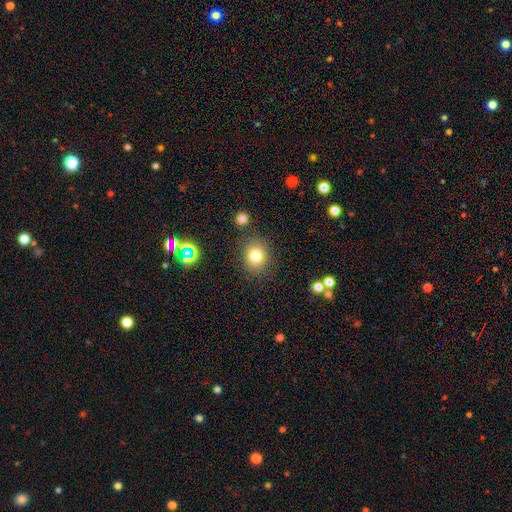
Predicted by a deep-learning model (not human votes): Smooth or featured?
  - smooth: 79% *
  - star or artifact: 12%
  - featured or disk: 8%
How rounded?
  - round: 71% *
  - in between: 28%
  - cigar-shaped: 1%
Merging?
  - none: 82% *
  - minor disturbance: 11%
  - merger: 4%
  - major disturbance: 4%